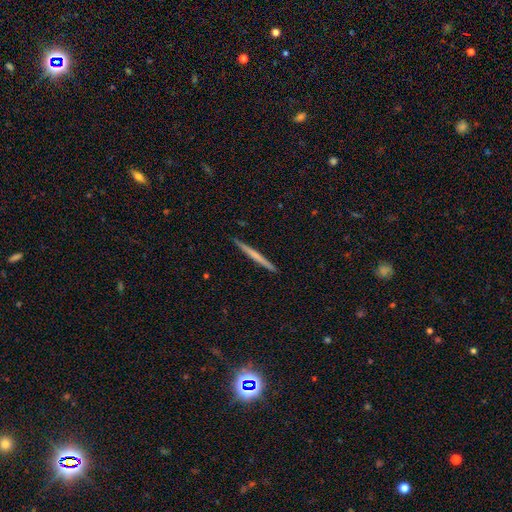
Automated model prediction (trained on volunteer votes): A smooth galaxy with no disk features (50%) that is cigar-shaped (97%). Merging: none (92%).